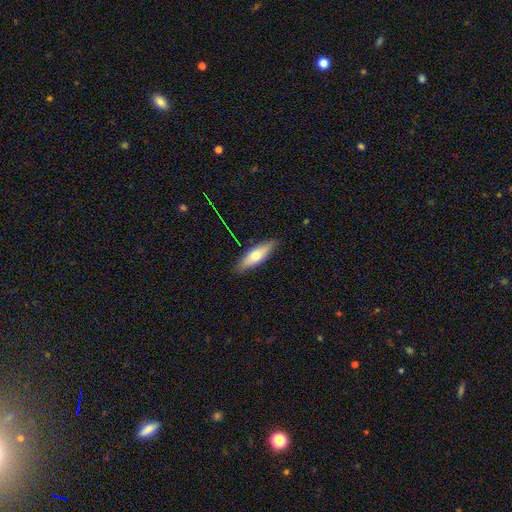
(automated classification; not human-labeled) This appears to be a smooth galaxy with no disk features (65%) that is cigar-shaped (50%). Merging: none (85%).